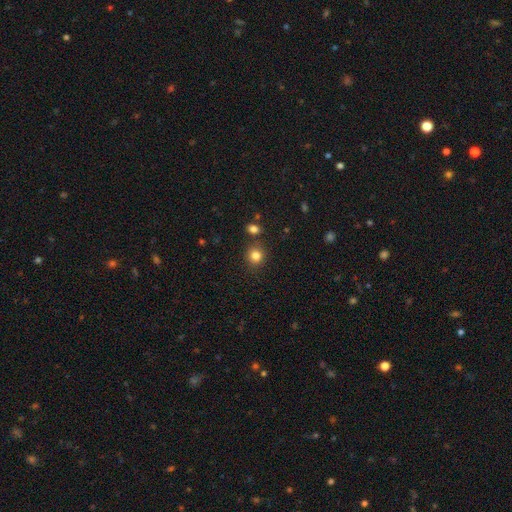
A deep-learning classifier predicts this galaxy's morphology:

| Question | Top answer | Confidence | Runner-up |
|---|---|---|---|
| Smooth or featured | smooth | 82% | star or artifact (12%) |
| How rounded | round | 86% | in between (13%) |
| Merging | none | 83% | minor disturbance (8%) |